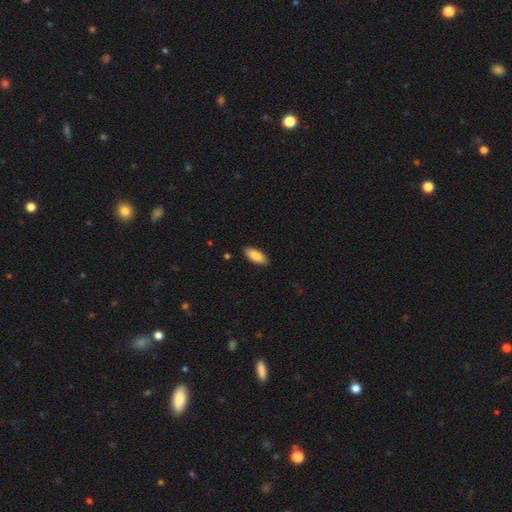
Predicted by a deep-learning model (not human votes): Q: Smooth or featured?
A: smooth (87%); runner-up: featured or disk (7%)
Q: How rounded?
A: in between (84%); runner-up: cigar-shaped (14%)
Q: Merging?
A: none (88%); runner-up: minor disturbance (9%)